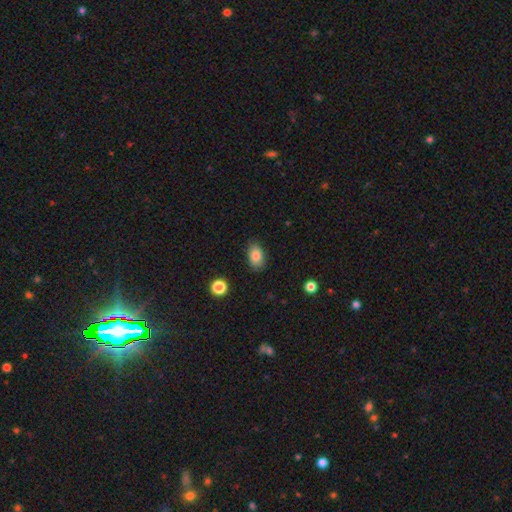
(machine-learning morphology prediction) The model was most divided on "merging": none: 85%, minor disturbance: 11%, major disturbance: 3%, merger: 1%. More confident: how rounded — in between (88%); smooth or featured — smooth (85%).